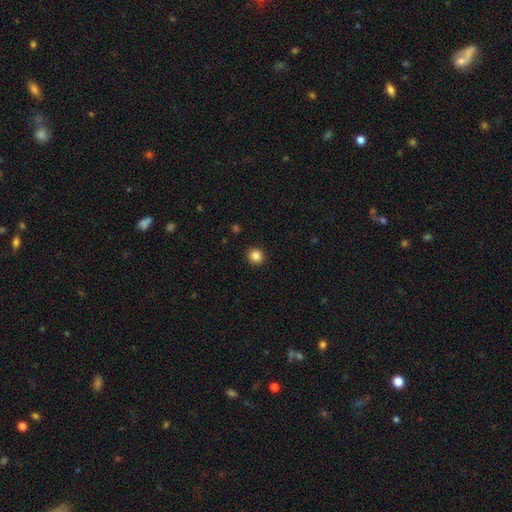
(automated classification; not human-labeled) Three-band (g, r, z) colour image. It shows a smooth galaxy with no disk features (86%) that is round (91%). Merging: none (93%).